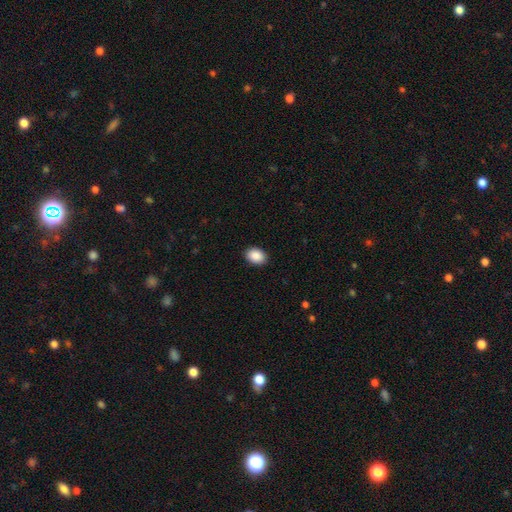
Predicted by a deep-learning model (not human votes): Morphology: type=smooth (90%); roundness=in between (73%); merging=none (90%).